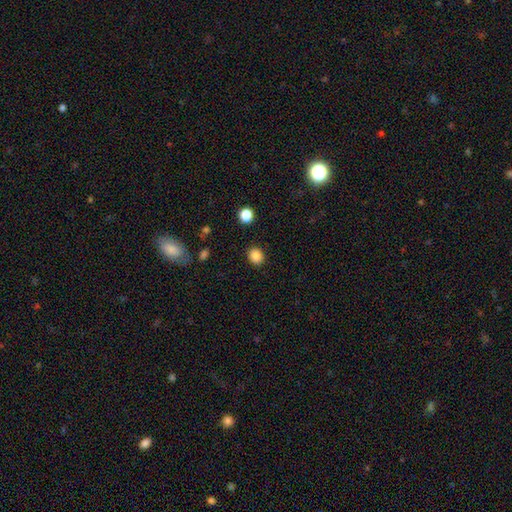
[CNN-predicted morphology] A smooth galaxy with no disk features (86%) that is round (70%). Merging: none (89%).